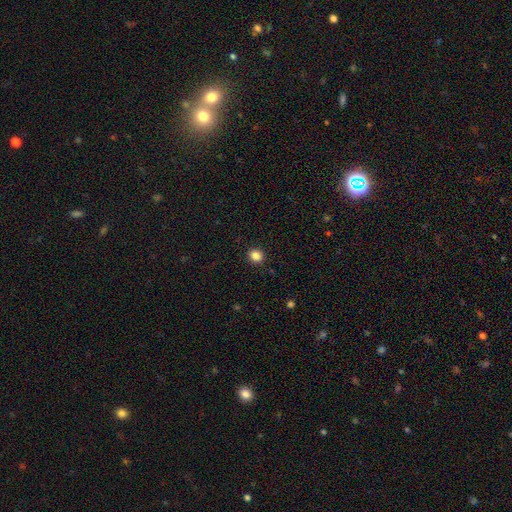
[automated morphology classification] Smooth or featured: smooth — 85% (star or artifact — 11%)
How rounded: round — 80% (in between — 19%)
Merging: none — 92% (minor disturbance — 5%)